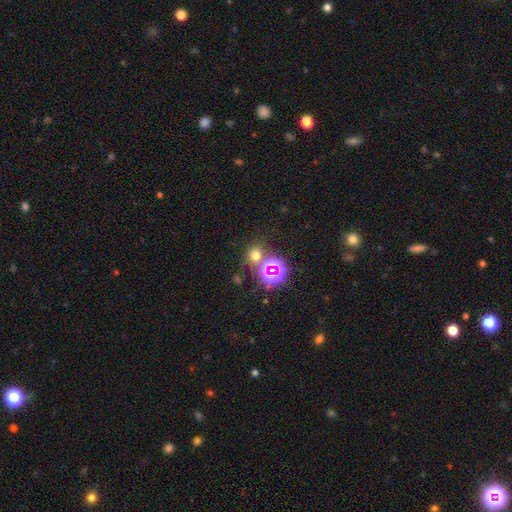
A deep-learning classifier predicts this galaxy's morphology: Q: Smooth or featured?
A: smooth (58%); runner-up: star or artifact (34%)
Q: How rounded?
A: round (80%); runner-up: in between (19%)
Q: Merging?
A: none (70%); runner-up: merger (17%)